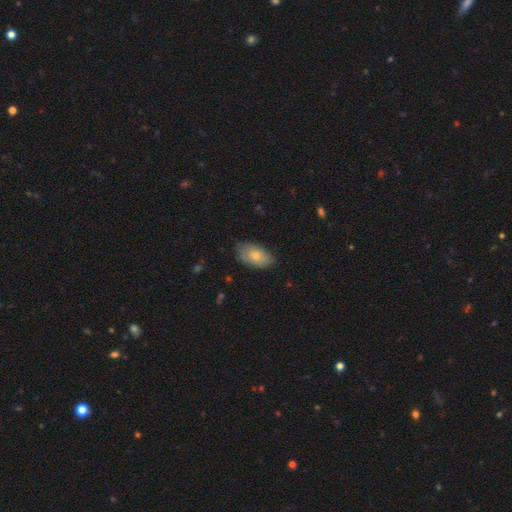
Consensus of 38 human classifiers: This appears to be a smooth galaxy with no disk features (63%) that is in between round and cigar-shaped (100%). Merging: none (64%).